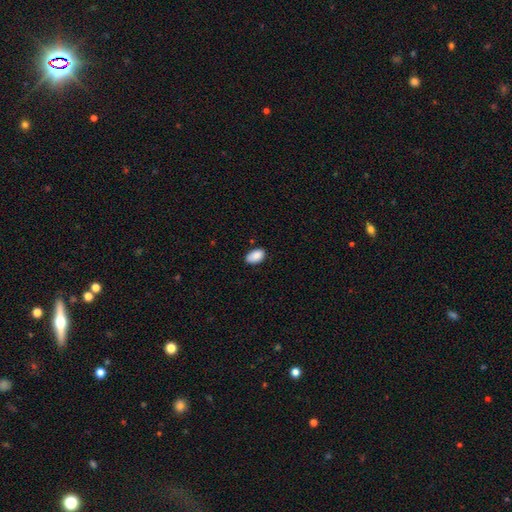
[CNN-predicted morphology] This is clearly a smooth galaxy (89%). How rounded: clearly in between (93%). Merging: likely none (79%).